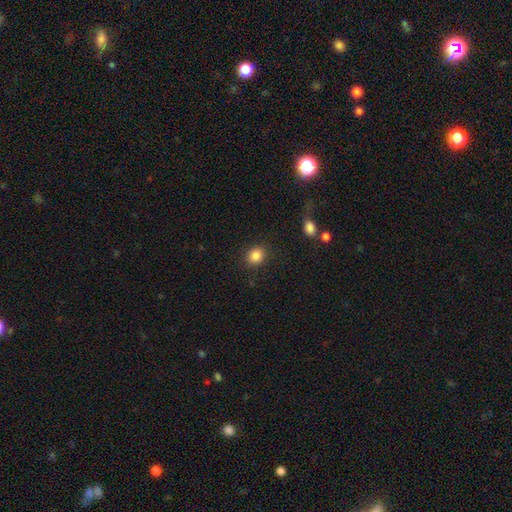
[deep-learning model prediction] This is clearly a smooth galaxy (85%). How rounded: likely round (71%). Merging: clearly none (87%).